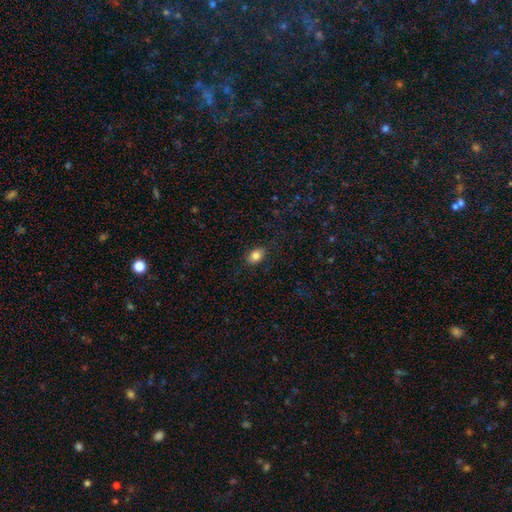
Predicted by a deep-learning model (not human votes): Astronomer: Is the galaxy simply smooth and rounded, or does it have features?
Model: smooth — 83%.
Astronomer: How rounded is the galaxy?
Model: in between — 85%.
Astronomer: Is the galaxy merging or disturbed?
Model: none — 85%.